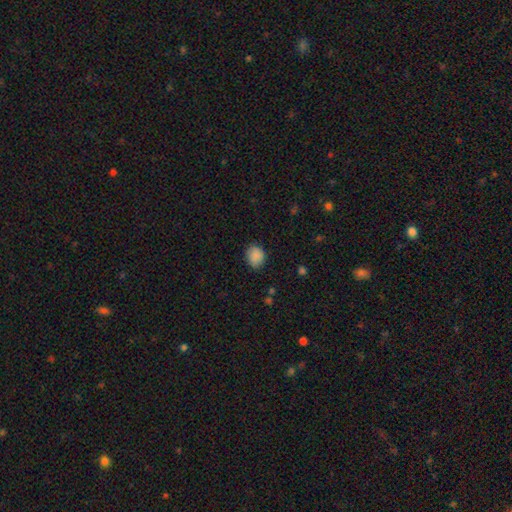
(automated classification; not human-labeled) A smooth galaxy with no disk features (88%) that is round (58%). Merging: none (79%).